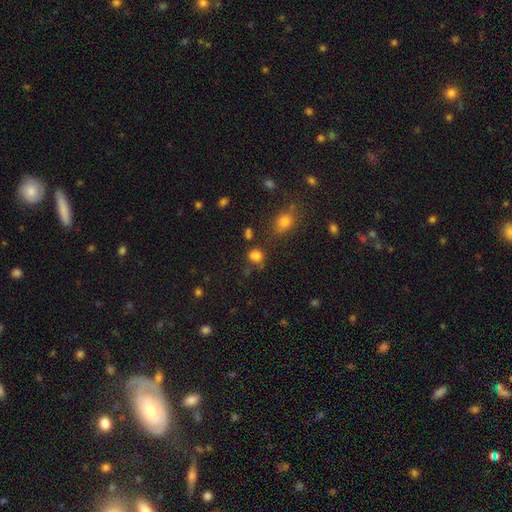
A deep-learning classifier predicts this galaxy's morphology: Smooth or featured: smooth — 78% (star or artifact — 16%)
How rounded: round — 57% (in between — 41%)
Merging: none — 63% (minor disturbance — 18%)